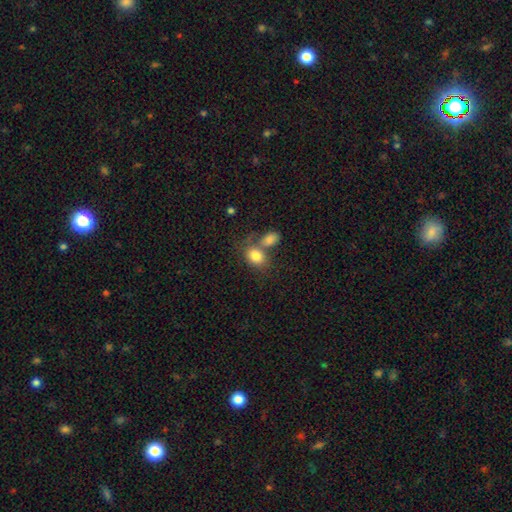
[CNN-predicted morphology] A smooth galaxy with no disk features (80%) that is in between round and cigar-shaped (65%).

Vote fractions:
- Smooth or featured? smooth: 80% / featured or disk: 10% / star or artifact: 9%
- How rounded? in between: 65% / round: 33% / cigar-shaped: 1%
- Merging? merger: 42% / none: 40% / minor disturbance: 12% / major disturbance: 6%